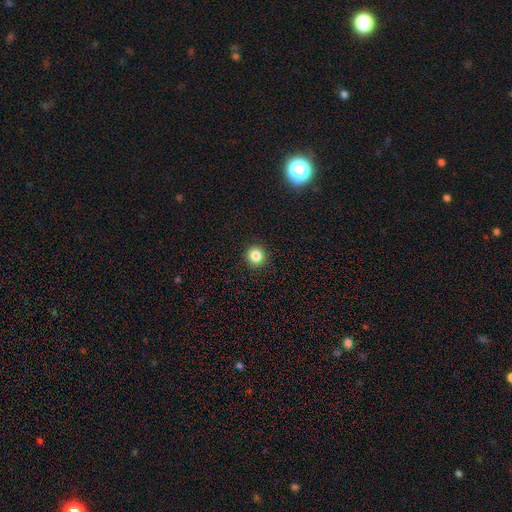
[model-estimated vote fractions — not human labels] smooth_or_featured: smooth (p=0.84) [alt: star or artifact p=0.11]
how_rounded: round (p=0.93) [alt: in between p=0.06]
merging: none (p=0.93) [alt: minor disturbance p=0.05]